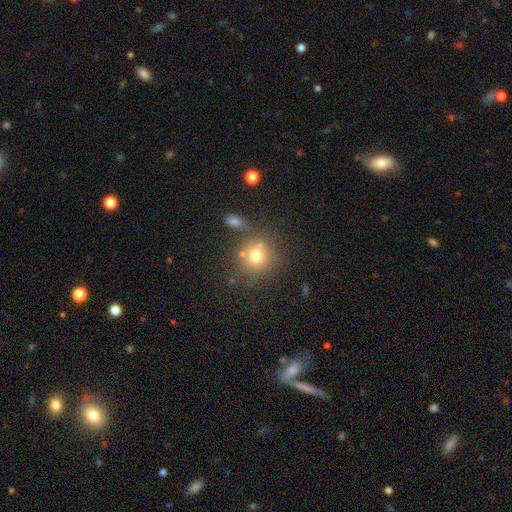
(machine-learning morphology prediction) A smooth galaxy with no disk features (72%) that is round (89%).

Vote fractions:
- Smooth or featured? smooth: 72% / star or artifact: 14% / featured or disk: 13%
- How rounded? round: 89% / in between: 10% / cigar-shaped: 1%
- Merging? none: 67% / merger: 16% / minor disturbance: 12% / major disturbance: 5%